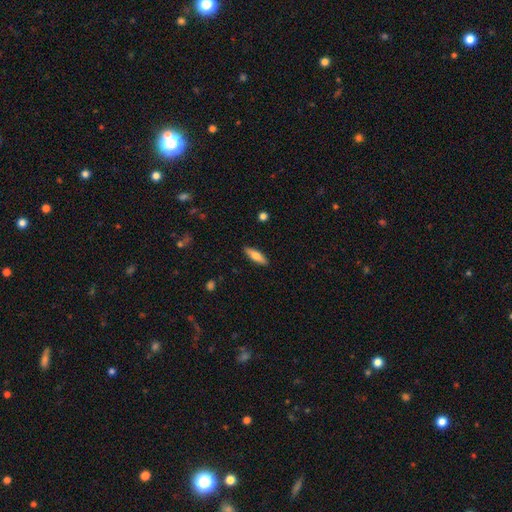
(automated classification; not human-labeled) Morphology: type=smooth (66%); roundness=cigar-shaped (56%); merging=none (89%).